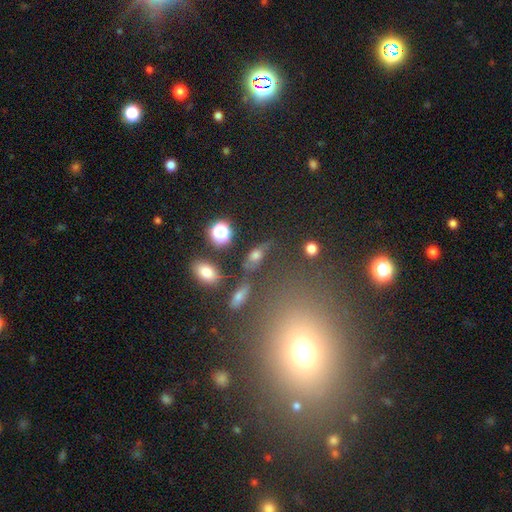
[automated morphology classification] This appears to be a smooth galaxy with no disk features (44%). Merging: none (75%).